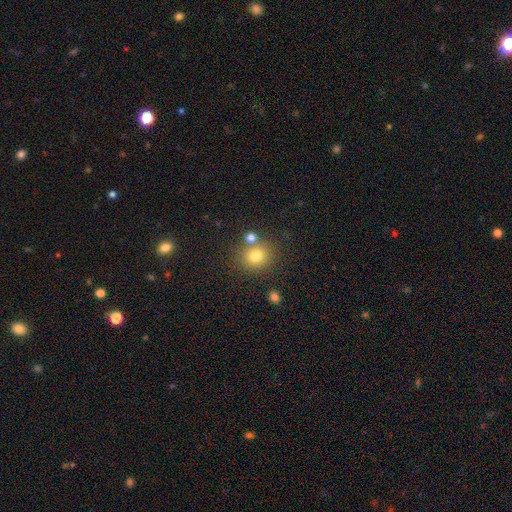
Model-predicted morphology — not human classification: Smooth or featured?
  - smooth: 78% *
  - star or artifact: 13%
  - featured or disk: 9%
How rounded?
  - round: 81% *
  - in between: 18%
  - cigar-shaped: 1%
Merging?
  - none: 71% *
  - merger: 16%
  - minor disturbance: 10%
  - major disturbance: 4%